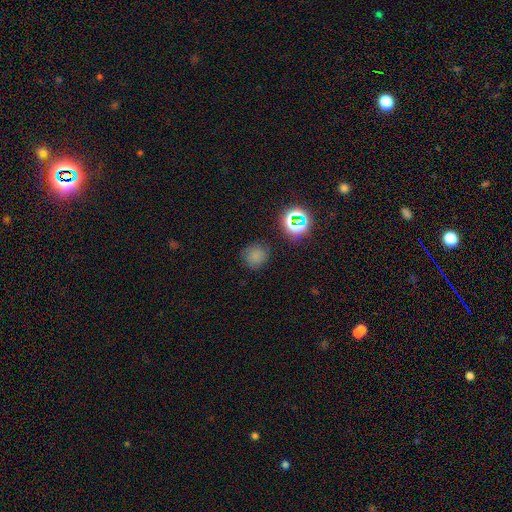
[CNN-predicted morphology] smooth_or_featured: smooth (p=0.70) [alt: star or artifact p=0.23]
how_rounded: round (p=0.88) [alt: in between p=0.11]
merging: none (p=0.82) [alt: minor disturbance p=0.12]